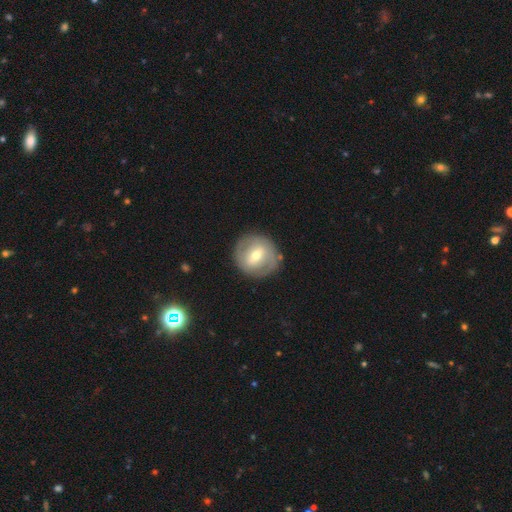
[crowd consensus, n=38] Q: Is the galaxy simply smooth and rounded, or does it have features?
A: featured or disk — 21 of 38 (55%).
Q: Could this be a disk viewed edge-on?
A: no — 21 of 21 (100%).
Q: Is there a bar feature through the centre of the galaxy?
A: strong — 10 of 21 (48%).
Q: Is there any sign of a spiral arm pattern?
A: no — 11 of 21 (52%).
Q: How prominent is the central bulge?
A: moderate — 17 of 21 (81%).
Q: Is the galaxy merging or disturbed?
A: none — 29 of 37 (78%).